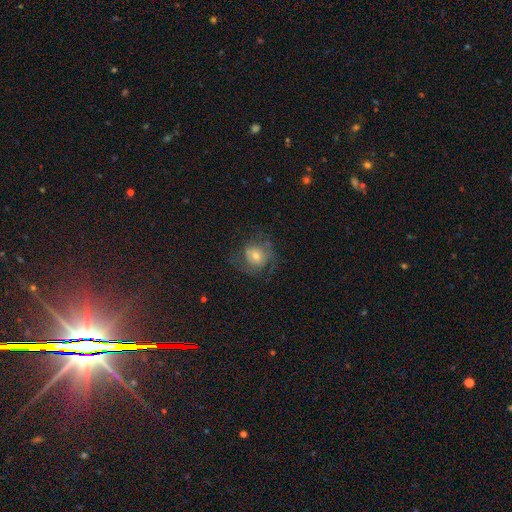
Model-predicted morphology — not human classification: A featured or disk galaxy (51%). Merging: none (61%).